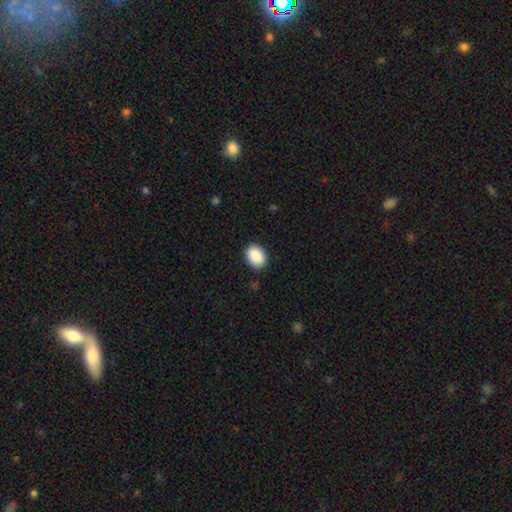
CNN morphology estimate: type=smooth (90%); roundness=in between (71%); merging=none (88%).